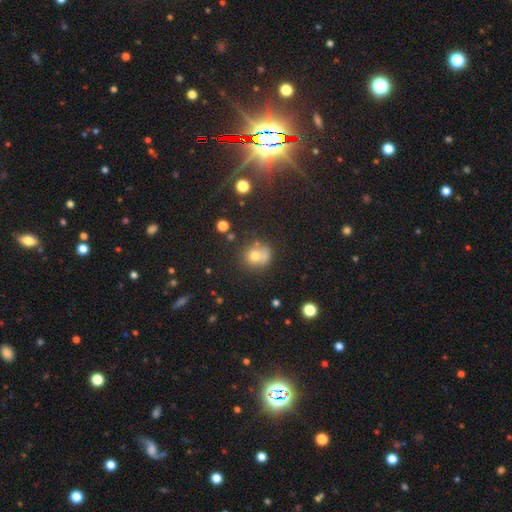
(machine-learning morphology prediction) Smooth or featured? smooth (62%)
How rounded? round (78%)
Merging? none (52%)